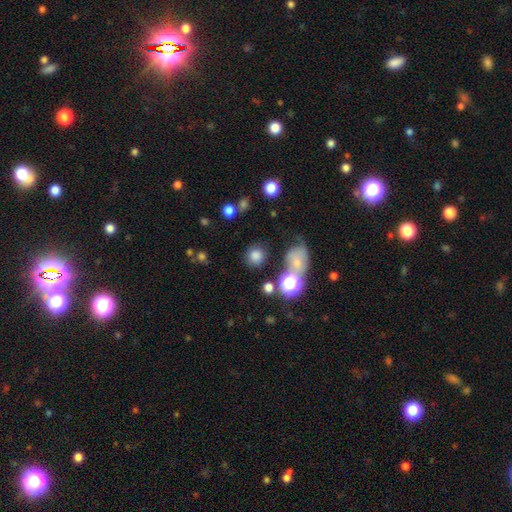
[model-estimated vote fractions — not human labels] smooth-or-featured: smooth: 78% | star or artifact: 16% | featured or disk: 6%
  how-rounded: round: 85% | in between: 13% | cigar-shaped: 1%
  merging: none: 75% | minor disturbance: 12% | merger: 8% | major disturbance: 6%